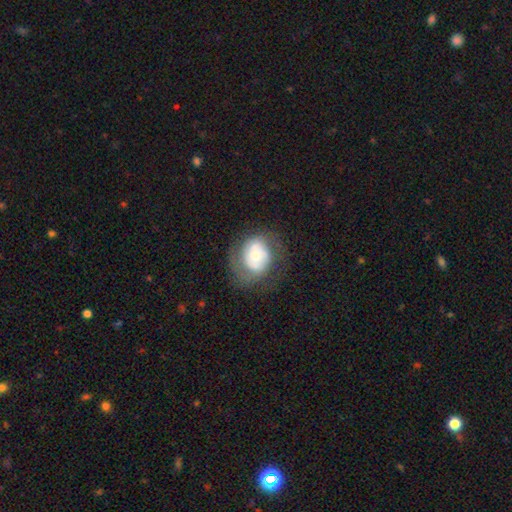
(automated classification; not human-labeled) Smooth or featured? featured or disk (50%)
Edge-on disk? no (97%)
Merging? none (53%)